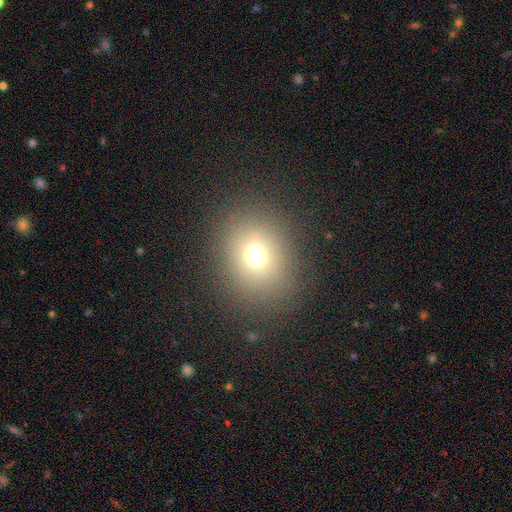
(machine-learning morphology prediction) This is likely a smooth galaxy (69%). How rounded: likely round (67%). Merging: clearly none (85%).